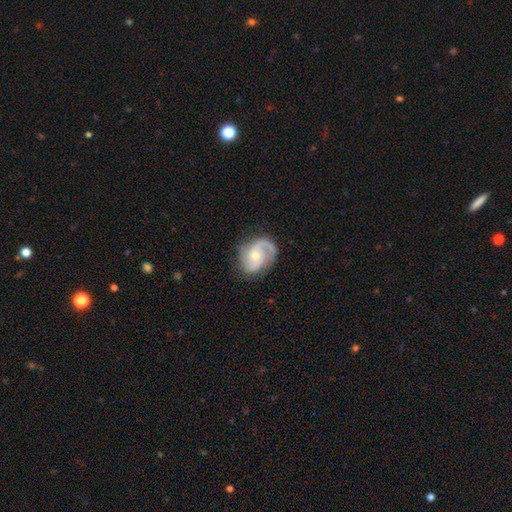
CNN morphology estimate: A featured or disk galaxy (81%) with no bar (67%), 2 (69%) medium (48%) spiral arms (96%) and a moderate central bulge (53%).

Vote fractions:
- Smooth or featured? featured or disk: 81% / smooth: 13% / star or artifact: 5%
- Edge-on disk? no: 97% / yes: 3%
- Bar? no: 67% / weak: 28% / strong: 5%
- Spiral arms? yes: 96% / no: 4%
- Spiral winding? medium: 48% / tight: 29% / loose: 22%
- Spiral arm count? 2: 69% / 1: 16% / can't tell: 7% / 3: 6% / 4: 1% / more than 4: 1%
- Bulge size? moderate: 53% / small: 43% / large: 2% / none: 1% / dominant: 1%
- Merging? none: 71% / minor disturbance: 19% / major disturbance: 8% / merger: 1%